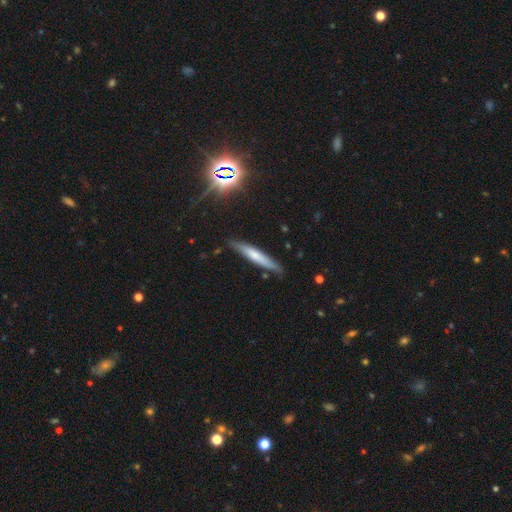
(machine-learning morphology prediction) This is possibly a smooth galaxy (59%). How rounded: clearly cigar-shaped (92%). Merging: clearly none (83%).